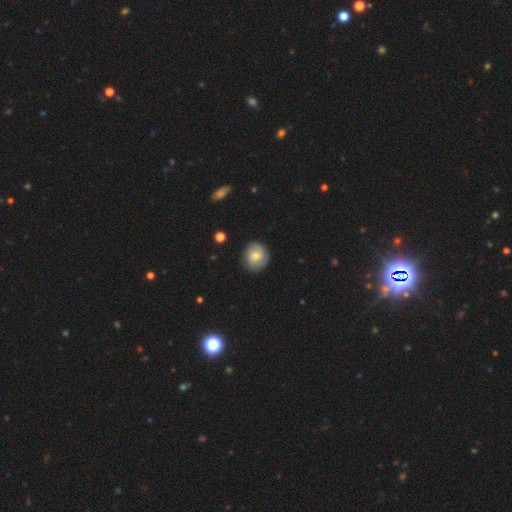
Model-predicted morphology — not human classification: The model was most divided on "smooth or featured": smooth: 60%, featured or disk: 33%, star or artifact: 8%. More confident: merging — none (82%); how rounded — round (81%).